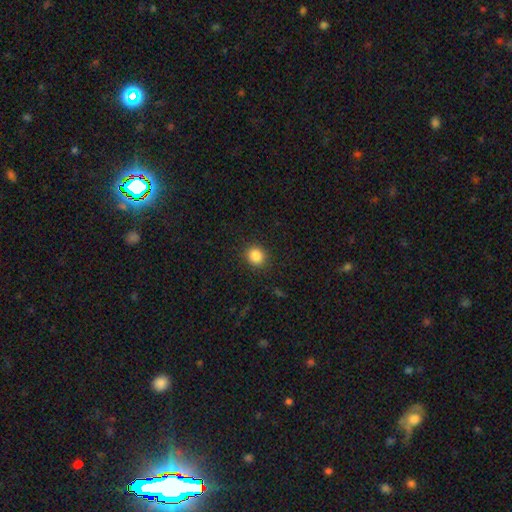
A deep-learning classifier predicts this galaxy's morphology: Smooth or featured?
  - smooth: 86% *
  - star or artifact: 10%
  - featured or disk: 4%
How rounded?
  - round: 81% *
  - in between: 18%
  - cigar-shaped: 1%
Merging?
  - none: 90% *
  - minor disturbance: 7%
  - major disturbance: 2%
  - merger: 1%